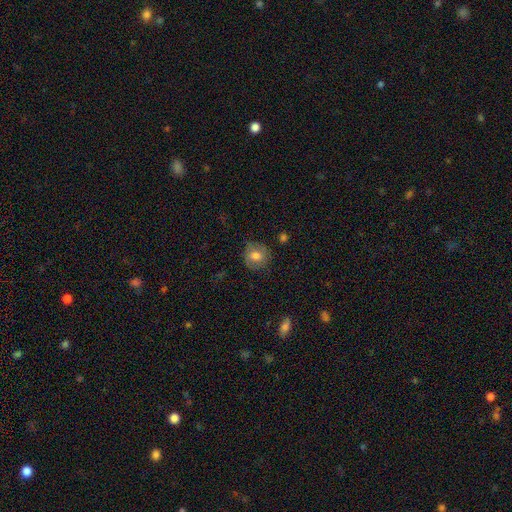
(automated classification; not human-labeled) A smooth galaxy with no disk features (72%) that is round (83%).

Vote fractions:
- Smooth or featured? smooth: 72% / featured or disk: 19% / star or artifact: 9%
- How rounded? round: 83% / in between: 16% / cigar-shaped: 1%
- Merging? none: 75% / minor disturbance: 18% / major disturbance: 6% / merger: 2%